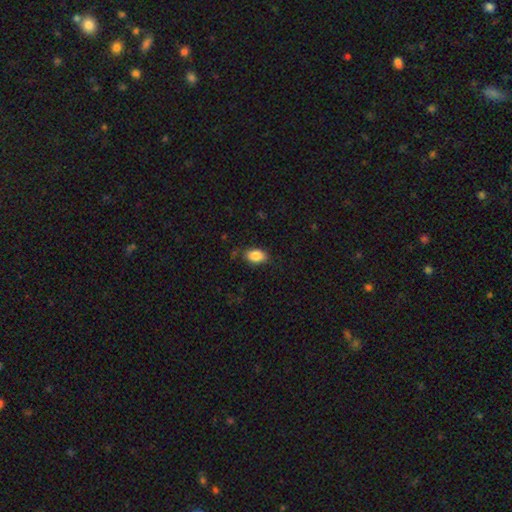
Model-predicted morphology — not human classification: Smooth or featured? smooth (86%)
How rounded? in between (88%)
Merging? none (80%)